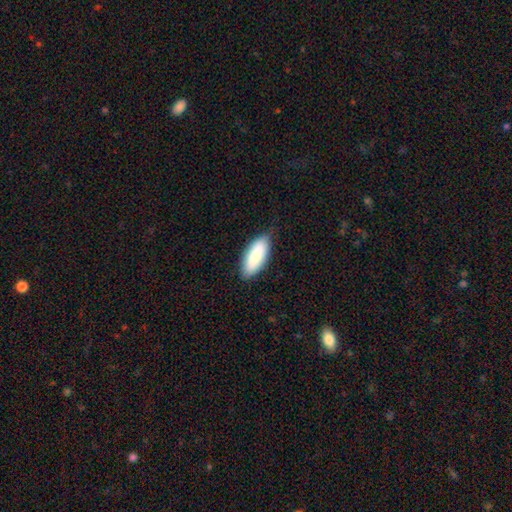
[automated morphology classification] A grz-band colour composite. It shows a smooth galaxy with no disk features (82%) that is in between round and cigar-shaped (85%). Merging: none (81%).